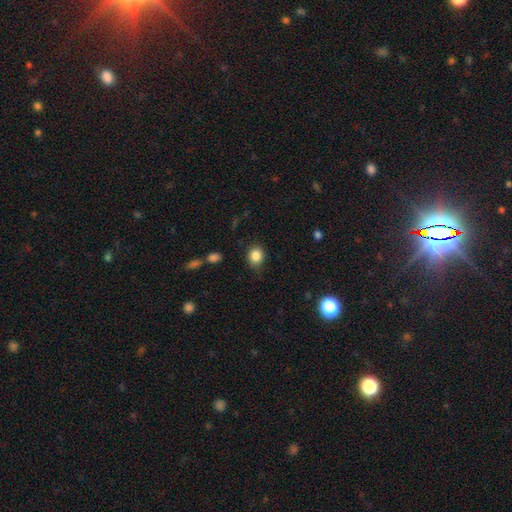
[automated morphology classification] Smooth or featured: smooth — 86% (star or artifact — 10%)
How rounded: round — 63% (in between — 36%)
Merging: none — 82% (minor disturbance — 13%)